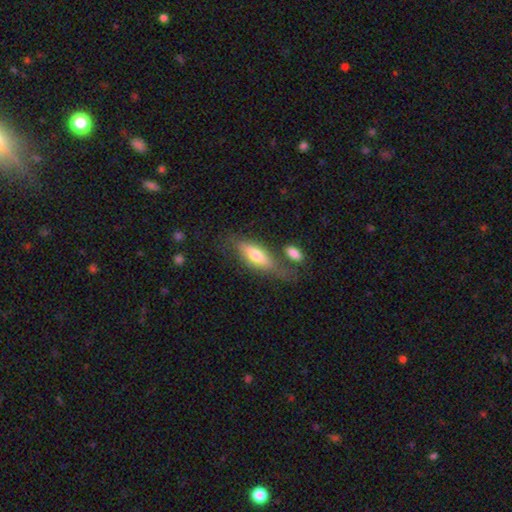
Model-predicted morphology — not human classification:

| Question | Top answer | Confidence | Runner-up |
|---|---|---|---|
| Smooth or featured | smooth | 58% | featured or disk (35%) |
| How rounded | in between | 57% | cigar-shaped (40%) |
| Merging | none | 55% | minor disturbance (20%) |